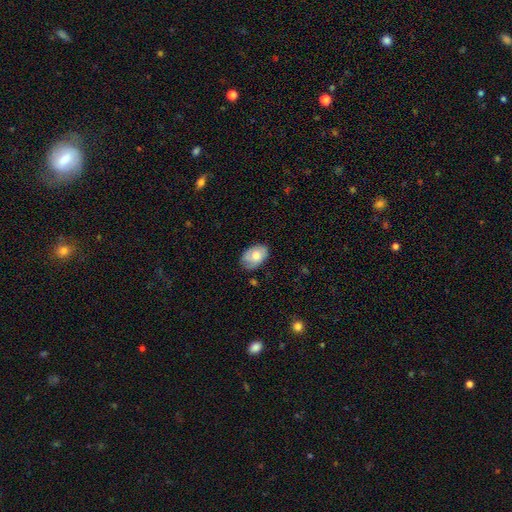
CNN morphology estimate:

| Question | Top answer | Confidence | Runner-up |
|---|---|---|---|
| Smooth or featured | smooth | 70% | featured or disk (23%) |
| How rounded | in between | 87% | round (12%) |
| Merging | none | 69% | minor disturbance (24%) |